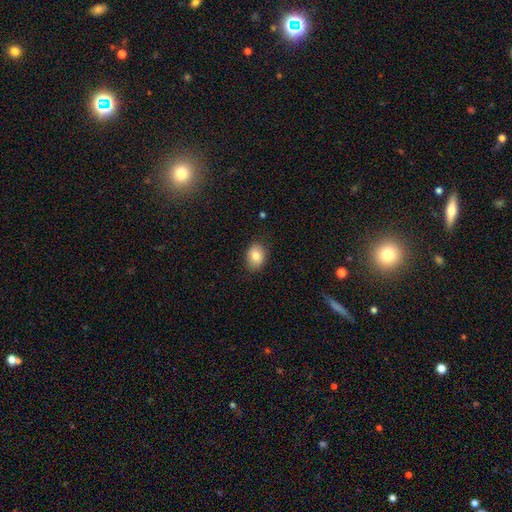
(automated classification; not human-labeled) smooth-or-featured: smooth: 82% | featured or disk: 10% | star or artifact: 8%
  how-rounded: in between: 65% | round: 34% | cigar-shaped: 1%
  merging: none: 85% | minor disturbance: 12% | major disturbance: 3% | merger: 1%